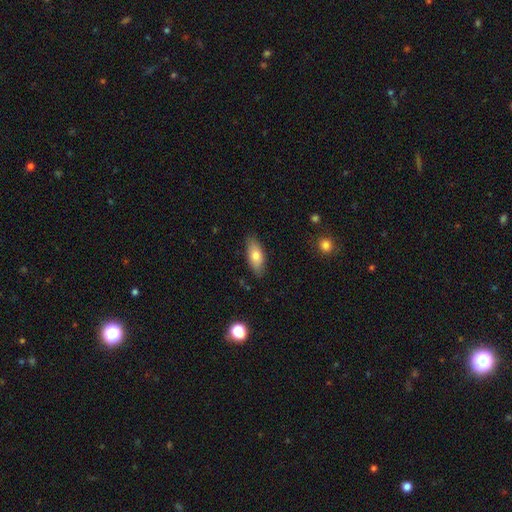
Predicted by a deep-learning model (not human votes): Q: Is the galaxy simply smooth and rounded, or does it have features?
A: smooth — 73%.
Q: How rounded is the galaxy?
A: in between — 83%.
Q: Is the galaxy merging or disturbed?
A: none — 84%.